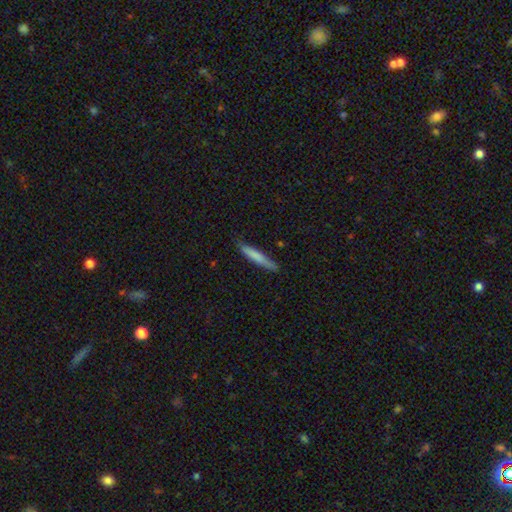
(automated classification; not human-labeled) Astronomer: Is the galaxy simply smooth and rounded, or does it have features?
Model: smooth — 74%.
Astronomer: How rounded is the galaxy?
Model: cigar-shaped — 93%.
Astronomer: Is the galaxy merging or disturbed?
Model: none — 80%.